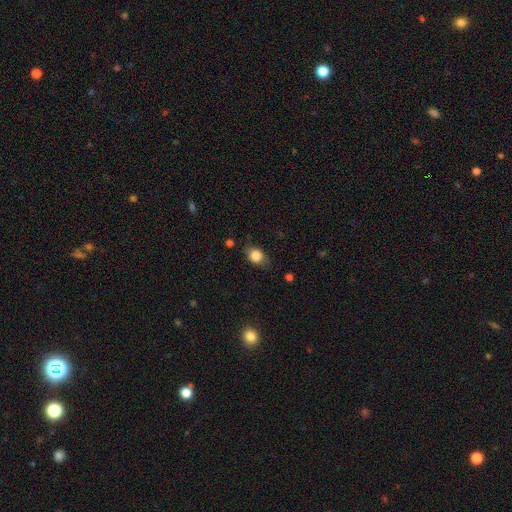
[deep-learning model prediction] Smooth or featured?
  - smooth: 82% *
  - star or artifact: 9%
  - featured or disk: 9%
How rounded?
  - in between: 65% *
  - round: 33%
  - cigar-shaped: 2%
Merging?
  - none: 74% *
  - minor disturbance: 20%
  - major disturbance: 5%
  - merger: 1%